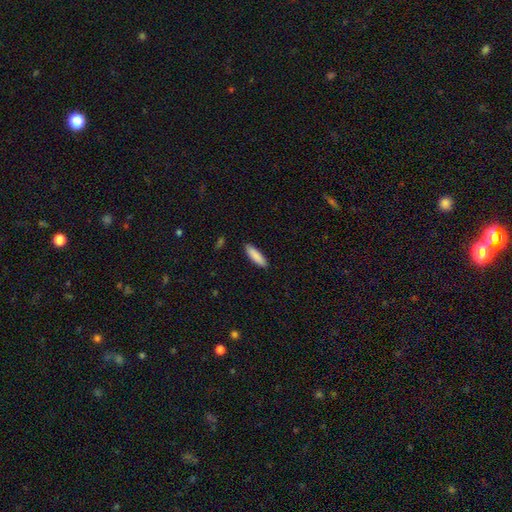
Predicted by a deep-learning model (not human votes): smooth-or-featured: smooth: 89% | featured or disk: 6% | star or artifact: 6%
  how-rounded: cigar-shaped: 64% | in between: 34% | round: 1%
  merging: none: 90% | minor disturbance: 7% | major disturbance: 2% | merger: 1%